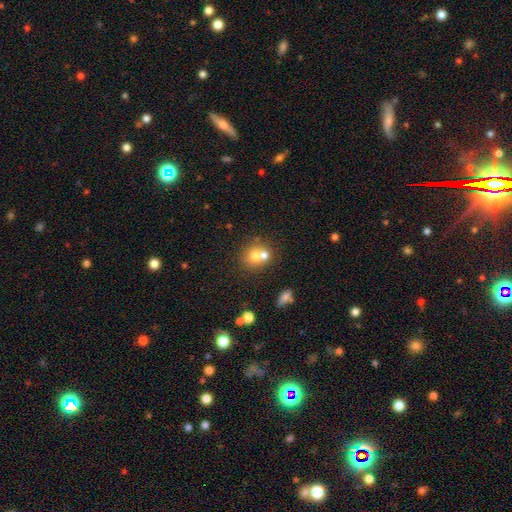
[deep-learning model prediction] A smooth galaxy with no disk features (66%) that is round (77%).

Vote fractions:
- Smooth or featured? smooth: 66% / featured or disk: 20% / star or artifact: 14%
- How rounded? round: 77% / in between: 22% / cigar-shaped: 1%
- Merging? merger: 49% / none: 40% / minor disturbance: 7% / major disturbance: 3%